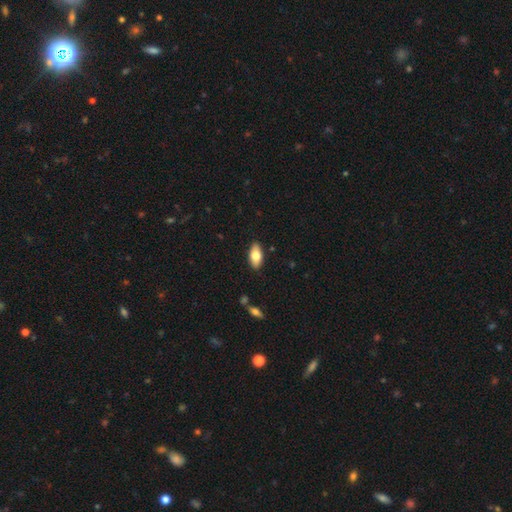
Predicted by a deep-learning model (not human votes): Smooth or featured?
  - smooth: 74% *
  - featured or disk: 20%
  - star or artifact: 7%
How rounded?
  - in between: 88% *
  - cigar-shaped: 9%
  - round: 3%
Merging?
  - none: 88% *
  - minor disturbance: 9%
  - major disturbance: 2%
  - merger: 1%